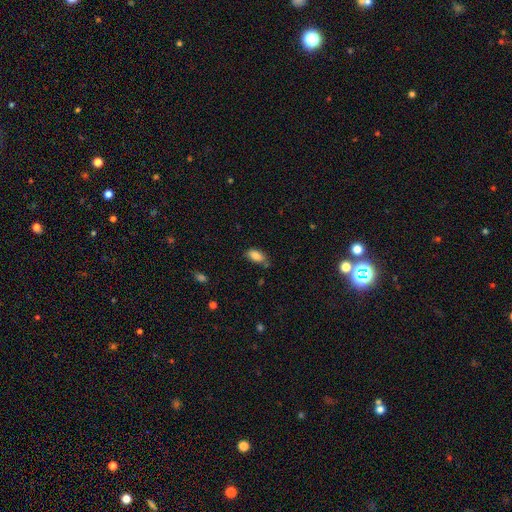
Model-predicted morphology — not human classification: Smooth or featured: smooth — 85% (star or artifact — 8%)
How rounded: in between — 91% (cigar-shaped — 6%)
Merging: none — 65% (minor disturbance — 25%)